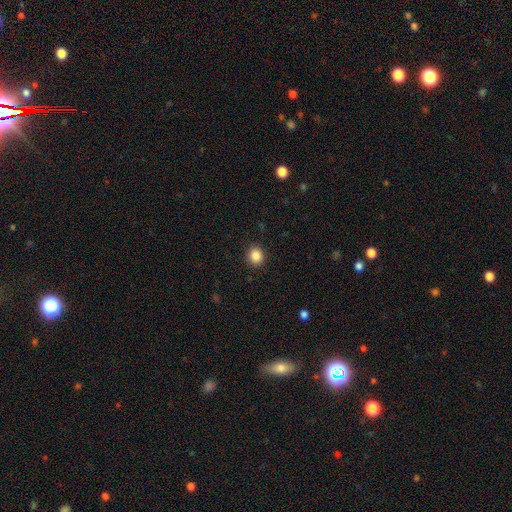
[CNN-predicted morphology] The model was most divided on "how rounded": round: 75%, in between: 25%, cigar-shaped: 1%. More confident: merging — none (91%); smooth or featured — smooth (86%).